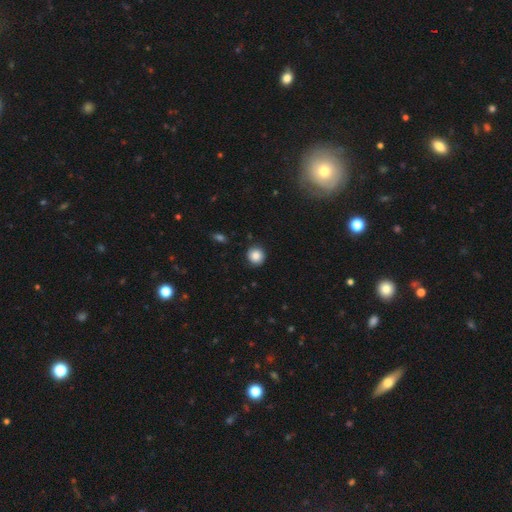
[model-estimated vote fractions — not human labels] smooth-or-featured: smooth: 85% | star or artifact: 9% | featured or disk: 6%
  how-rounded: round: 89% | in between: 10% | cigar-shaped: 1%
  merging: none: 87% | minor disturbance: 10% | major disturbance: 2% | merger: 1%